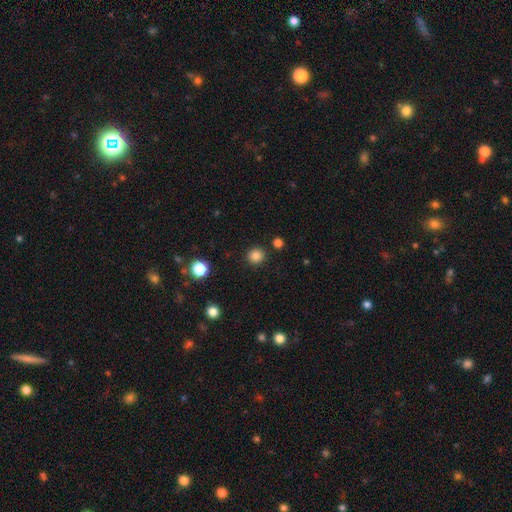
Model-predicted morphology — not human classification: smooth_or_featured: smooth (p=0.84) [alt: star or artifact p=0.12]
how_rounded: round (p=0.92) [alt: in between p=0.07]
merging: none (p=0.90) [alt: minor disturbance p=0.06]